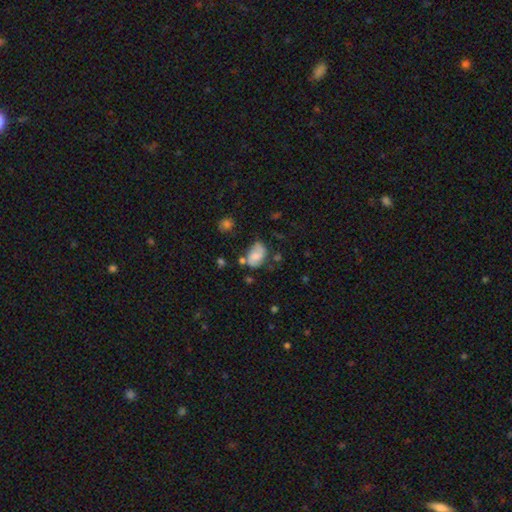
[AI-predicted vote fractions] Morphology: type=smooth (55%); roundness=in between (82%); merging=none (50%).